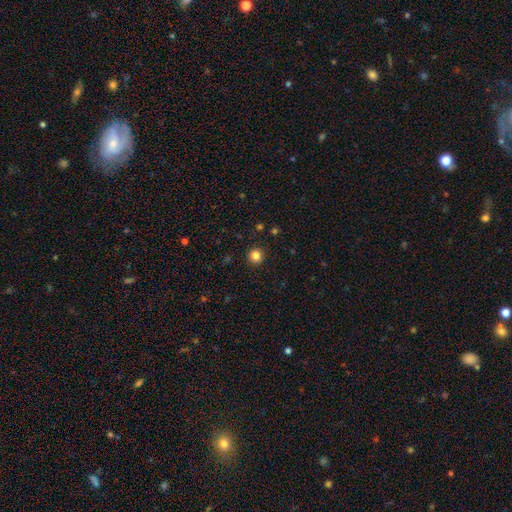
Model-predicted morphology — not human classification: A smooth galaxy with no disk features (84%) that is round (94%).

Vote fractions:
- Smooth or featured? smooth: 84% / star or artifact: 12% / featured or disk: 4%
- How rounded? round: 94% / in between: 5% / cigar-shaped: 1%
- Merging? none: 92% / minor disturbance: 5% / major disturbance: 2% / merger: 1%